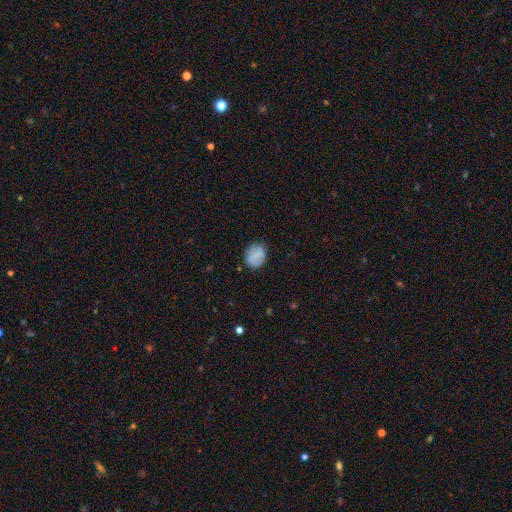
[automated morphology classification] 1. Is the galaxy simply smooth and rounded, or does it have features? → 79% smooth, 13% featured or disk, 8% star or artifact.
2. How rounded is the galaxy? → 51% round, 48% in between, 1% cigar-shaped.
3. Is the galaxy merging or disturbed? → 83% none, 13% minor disturbance, 3% major disturbance, 1% merger.